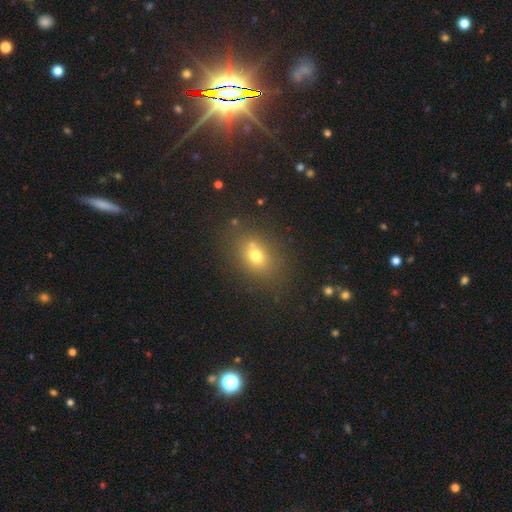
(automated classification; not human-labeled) Q: Smooth or featured?
A: smooth (69%); runner-up: star or artifact (17%)
Q: How rounded?
A: in between (59%); runner-up: round (39%)
Q: Merging?
A: none (70%); runner-up: merger (13%)